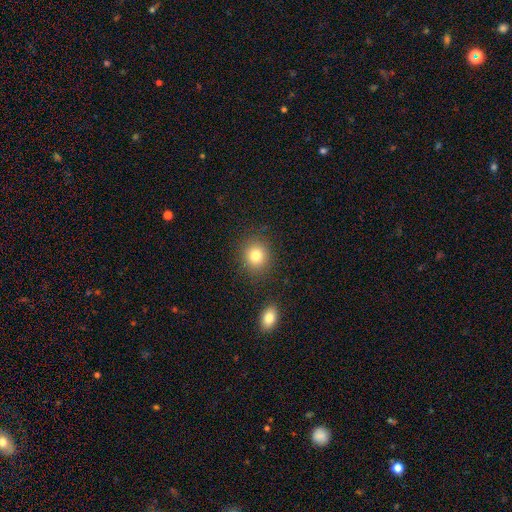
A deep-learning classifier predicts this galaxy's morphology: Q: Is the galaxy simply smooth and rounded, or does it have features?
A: smooth — 80%.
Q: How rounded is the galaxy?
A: round — 83%.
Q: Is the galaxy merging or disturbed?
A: none — 86%.